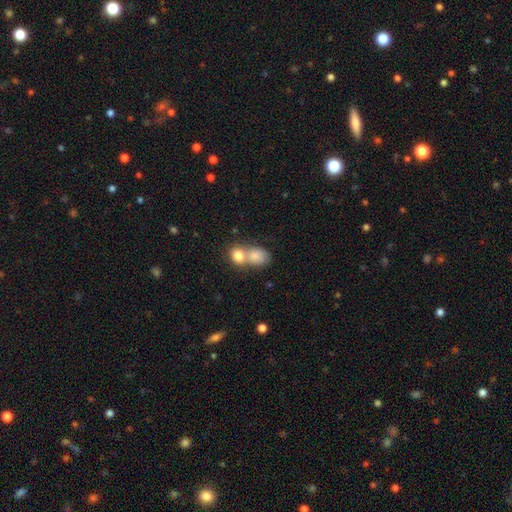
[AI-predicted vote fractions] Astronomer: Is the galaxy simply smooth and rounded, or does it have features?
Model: smooth — 81%.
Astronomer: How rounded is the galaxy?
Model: in between — 56% (runner-up: round, 43%).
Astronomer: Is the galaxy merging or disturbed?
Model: merger — 67%.